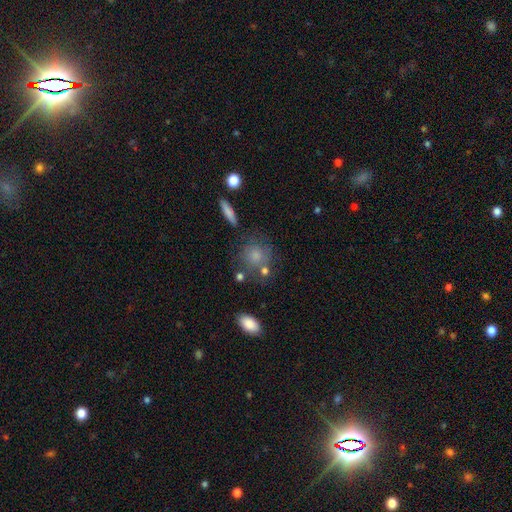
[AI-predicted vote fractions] This appears to be a smooth galaxy with no disk features (75%) that is round (81%). Merging: none (63%).